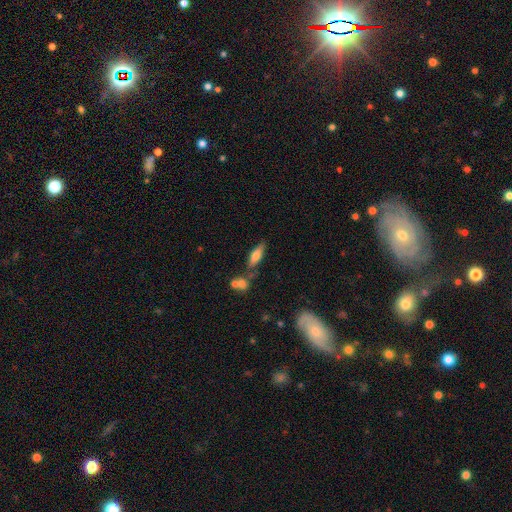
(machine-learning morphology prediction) Smooth or featured? Predicted: smooth (p=0.66). How rounded? Predicted: in between (p=0.55). Merging? Predicted: none (p=0.62).